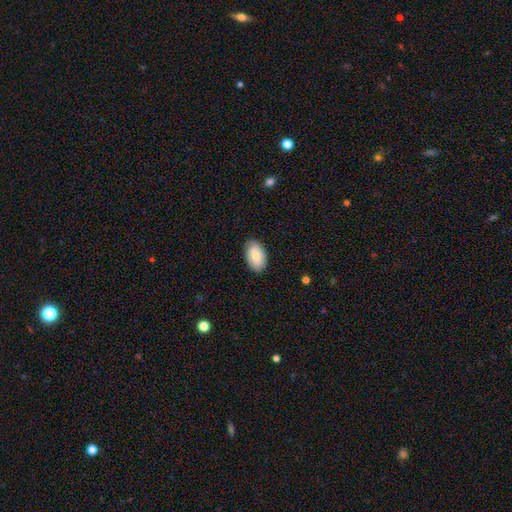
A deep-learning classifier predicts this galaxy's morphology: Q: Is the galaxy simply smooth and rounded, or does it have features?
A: smooth — 79%.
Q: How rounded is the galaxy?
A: in between — 94%.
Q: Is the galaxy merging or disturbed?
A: none — 85%.